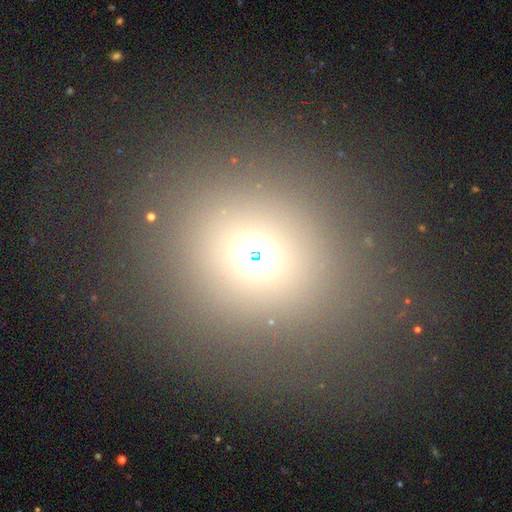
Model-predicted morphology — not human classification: Smooth or featured? smooth (64%)
How rounded? round (76%)
Merging? none (80%)